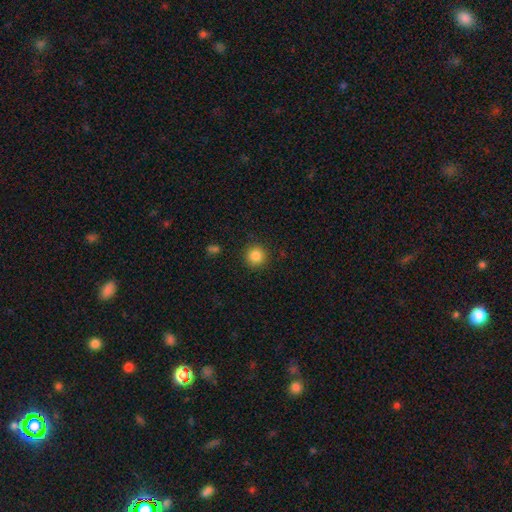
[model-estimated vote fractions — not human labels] Smooth or featured? Predicted: smooth (p=0.86). How rounded? Predicted: round (p=0.94). Merging? Predicted: none (p=0.90).